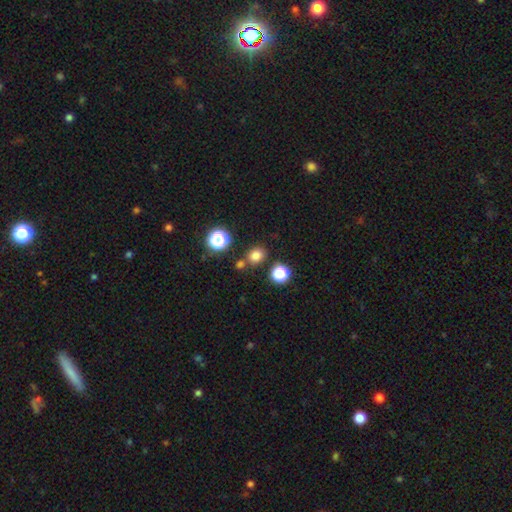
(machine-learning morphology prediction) smooth-or-featured: smooth: 77% | star or artifact: 17% | featured or disk: 5%
  how-rounded: round: 68% | in between: 31% | cigar-shaped: 1%
  merging: none: 76% | merger: 12% | minor disturbance: 10% | major disturbance: 3%